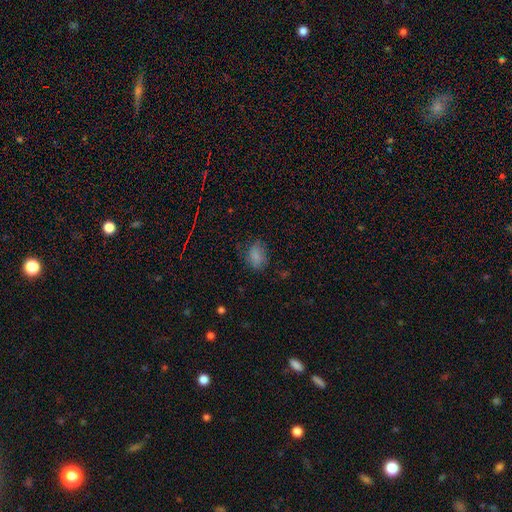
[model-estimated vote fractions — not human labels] Smooth or featured: smooth — 80% (star or artifact — 13%)
How rounded: in between — 79% (round — 20%)
Merging: none — 69% (minor disturbance — 22%)